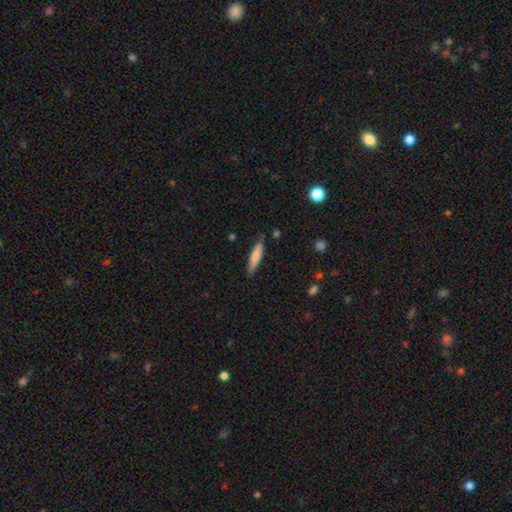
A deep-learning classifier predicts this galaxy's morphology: Q: Smooth or featured?
A: smooth (75%); runner-up: featured or disk (19%)
Q: How rounded?
A: cigar-shaped (84%); runner-up: in between (14%)
Q: Merging?
A: none (80%); runner-up: minor disturbance (15%)